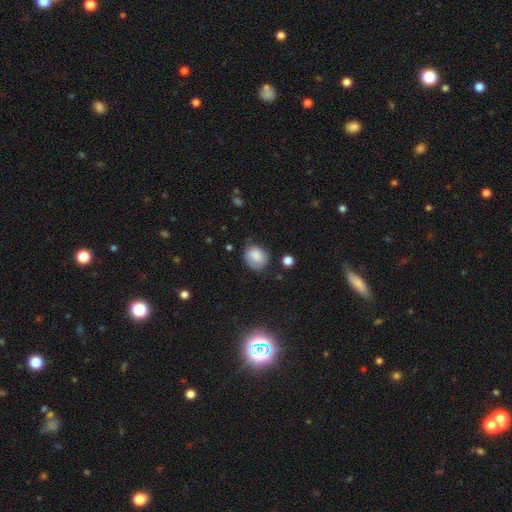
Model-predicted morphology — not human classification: Smooth or featured?
  - smooth: 78% *
  - featured or disk: 14%
  - star or artifact: 9%
How rounded?
  - round: 63% *
  - in between: 36%
  - cigar-shaped: 1%
Merging?
  - none: 65% *
  - minor disturbance: 25%
  - major disturbance: 8%
  - merger: 3%